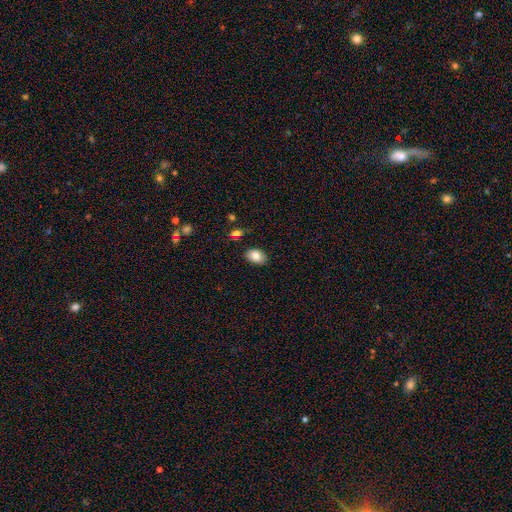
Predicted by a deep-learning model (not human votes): Morphology: type=smooth (83%); roundness=in between (83%); merging=none (86%).